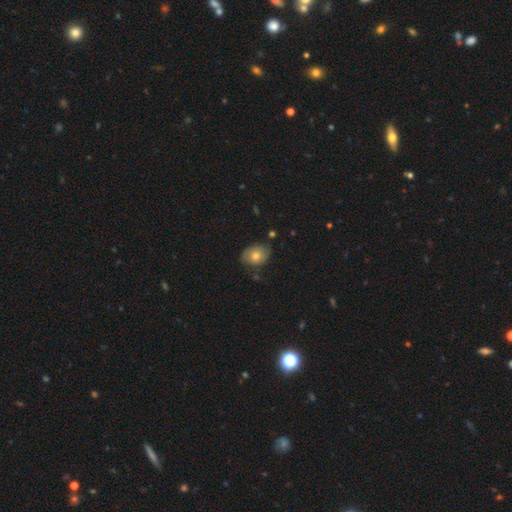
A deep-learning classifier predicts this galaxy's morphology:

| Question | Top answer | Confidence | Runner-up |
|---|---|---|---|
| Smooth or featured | smooth | 59% | featured or disk (31%) |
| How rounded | in between | 56% | round (43%) |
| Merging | none | 71% | minor disturbance (21%) |